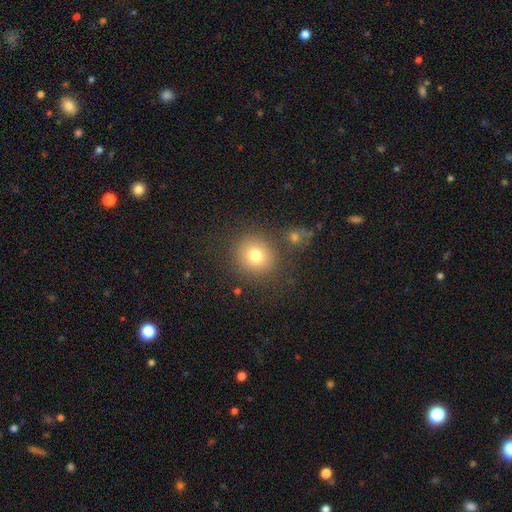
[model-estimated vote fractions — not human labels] Morphology: type=smooth (76%); roundness=round (88%); merging=none (78%).